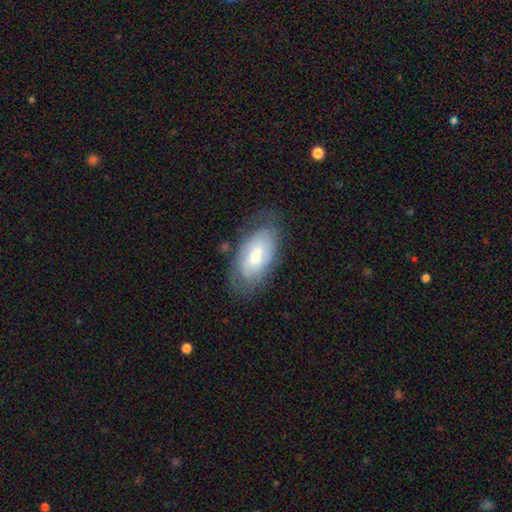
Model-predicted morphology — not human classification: A featured or disk galaxy (49%). Merging: none (67%).